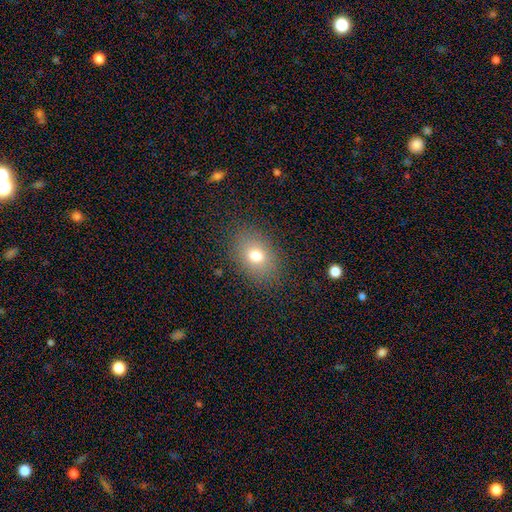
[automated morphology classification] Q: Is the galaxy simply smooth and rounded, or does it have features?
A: smooth — 73%.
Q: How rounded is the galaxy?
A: in between — 67%.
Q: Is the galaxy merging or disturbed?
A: none — 84%.